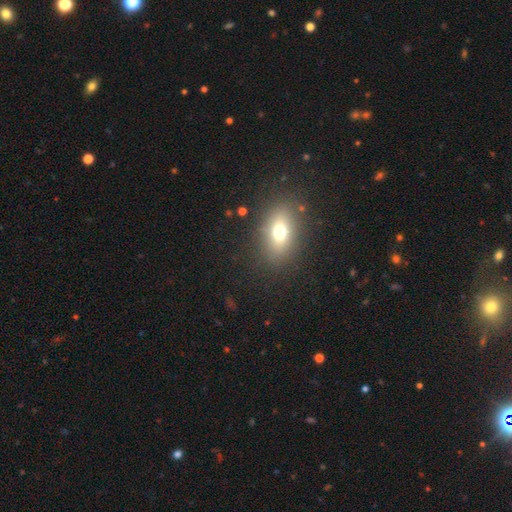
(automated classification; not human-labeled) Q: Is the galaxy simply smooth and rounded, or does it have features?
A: smooth — 63%.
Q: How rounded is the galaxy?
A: in between — 78%.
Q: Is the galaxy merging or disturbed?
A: none — 89%.